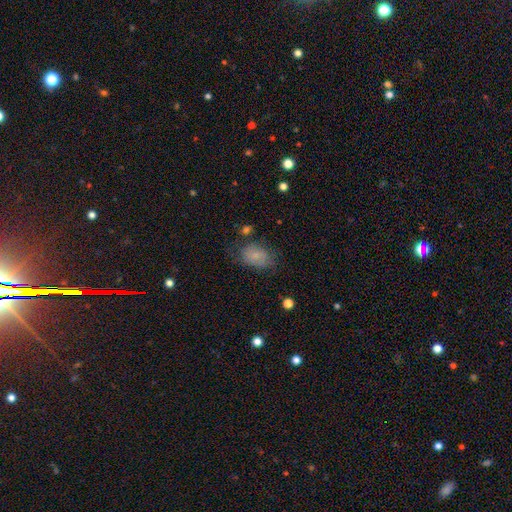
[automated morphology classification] smooth_or_featured: smooth (p=0.75) [alt: featured or disk p=0.15]
how_rounded: in between (p=0.80) [alt: round p=0.19]
merging: none (p=0.60) [alt: minor disturbance p=0.26]